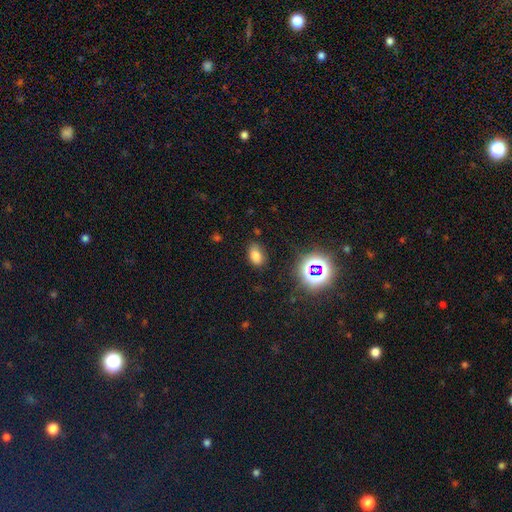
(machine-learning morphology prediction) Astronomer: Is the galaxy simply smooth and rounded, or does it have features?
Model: smooth — 72%.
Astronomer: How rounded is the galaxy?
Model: in between — 85%.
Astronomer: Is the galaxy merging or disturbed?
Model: none — 78%.